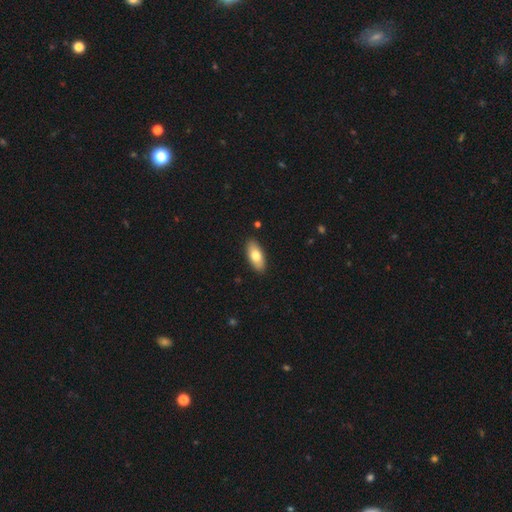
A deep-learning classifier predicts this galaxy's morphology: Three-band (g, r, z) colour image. It shows a smooth galaxy with no disk features (75%) that is in between round and cigar-shaped (87%). Merging: none (89%).